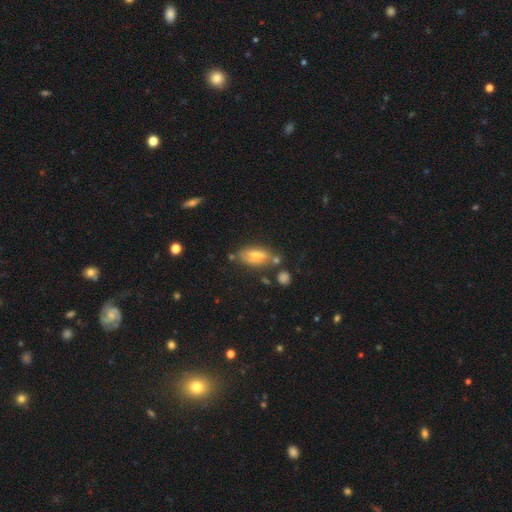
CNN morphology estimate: Overall: smooth (58%; featured or disk 31%). How rounded: in between (78%). Merging: none (65%).